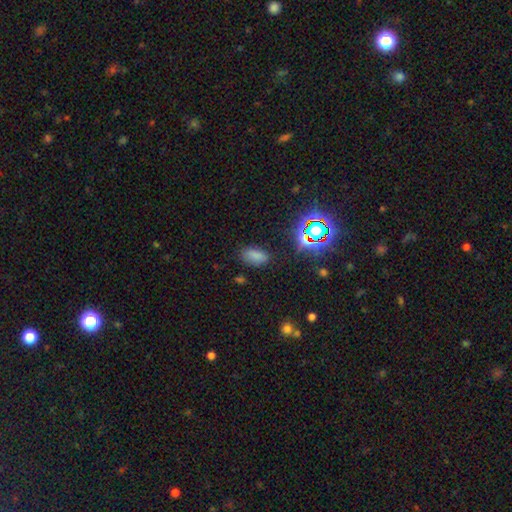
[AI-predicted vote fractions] This appears to be a smooth galaxy with no disk features (73%) that is in between round and cigar-shaped (91%). Merging: none (82%).